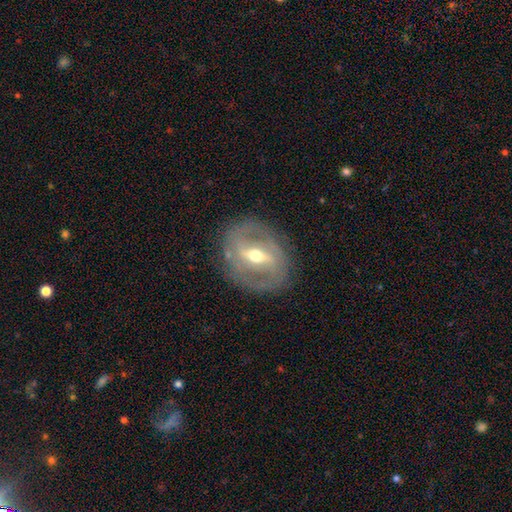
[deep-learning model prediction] Smooth or featured?
  - featured or disk: 80% *
  - smooth: 14%
  - star or artifact: 6%
Edge-on disk?
  - no: 91% *
  - yes: 9%
Bar?
  - strong: 59% *
  - weak: 31%
  - no: 11%
Spiral arms?
  - yes: 64% *
  - no: 36%
Bulge size?
  - moderate: 69% *
  - small: 24%
  - large: 5%
  - dominant: 1%
  - none: 1%
Merging?
  - none: 82% *
  - minor disturbance: 11%
  - major disturbance: 5%
  - merger: 1%